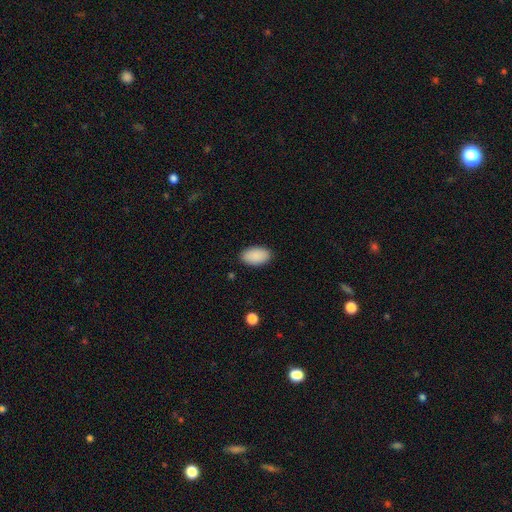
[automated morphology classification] The model was most divided on "merging": none: 88%, minor disturbance: 9%, major disturbance: 2%, merger: 1%. More confident: how rounded — in between (95%); smooth or featured — smooth (91%).